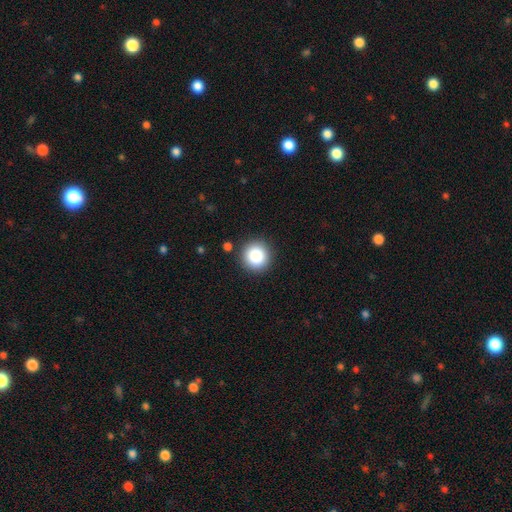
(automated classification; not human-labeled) This is clearly a smooth galaxy (86%). How rounded: clearly round (95%). Merging: clearly none (90%).